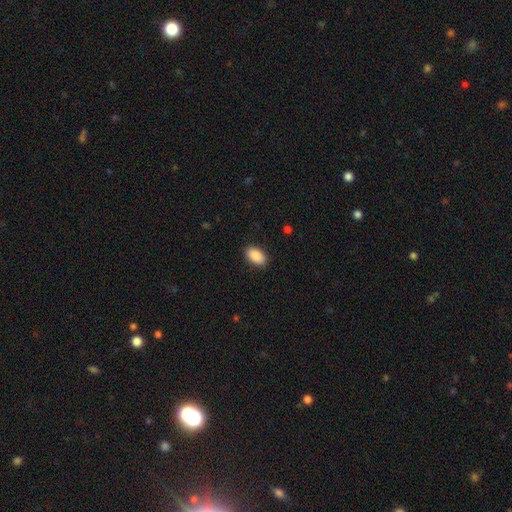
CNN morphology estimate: smooth 90%, star or artifact 6%, featured or disk 3%. Down the decision tree: how rounded — in between (94%); merging — none (89%).